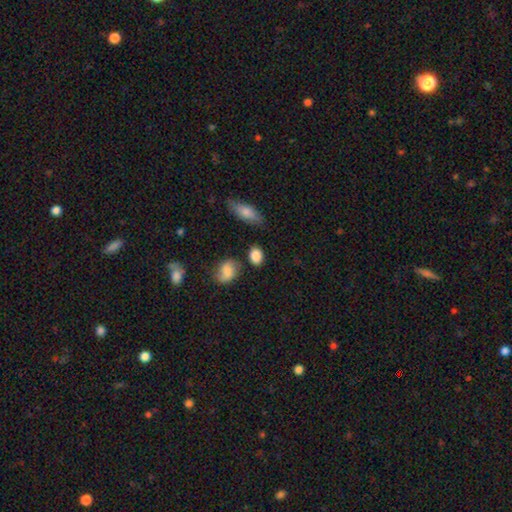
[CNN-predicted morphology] Overall: smooth (86%). How rounded: in between (68%; round 30%). Merging: none (75%).